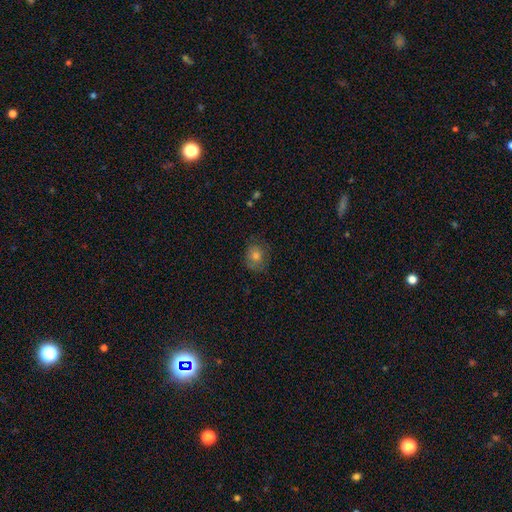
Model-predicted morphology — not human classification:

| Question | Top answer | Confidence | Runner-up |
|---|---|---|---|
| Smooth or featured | smooth | 58% | featured or disk (25%) |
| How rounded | round | 66% | in between (33%) |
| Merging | none | 75% | minor disturbance (18%) |